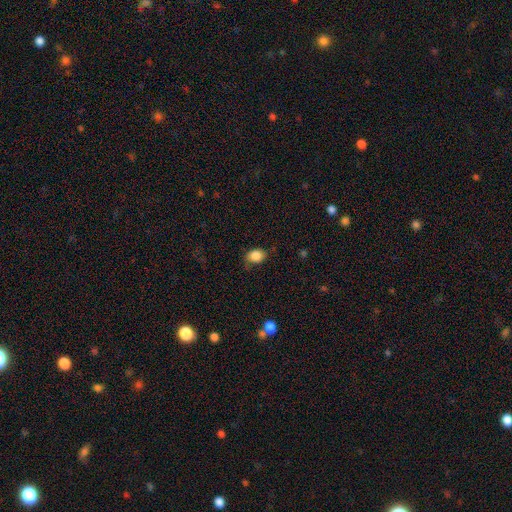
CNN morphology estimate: This is clearly a smooth galaxy (85%). How rounded: possibly in between (59%). Merging: likely none (67%).